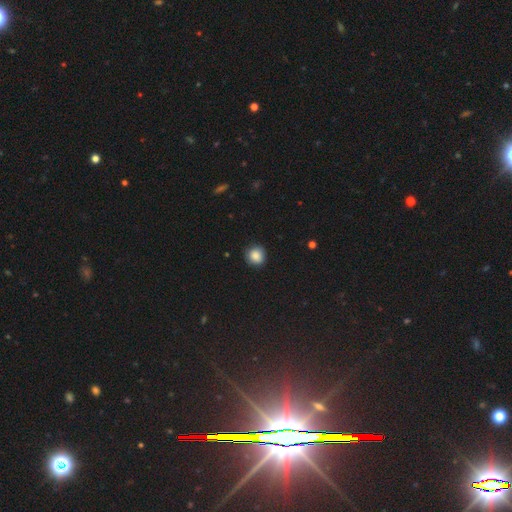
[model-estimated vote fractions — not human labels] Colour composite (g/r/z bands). It shows a smooth galaxy with no disk features (86%) that is round (88%). Merging: none (86%).